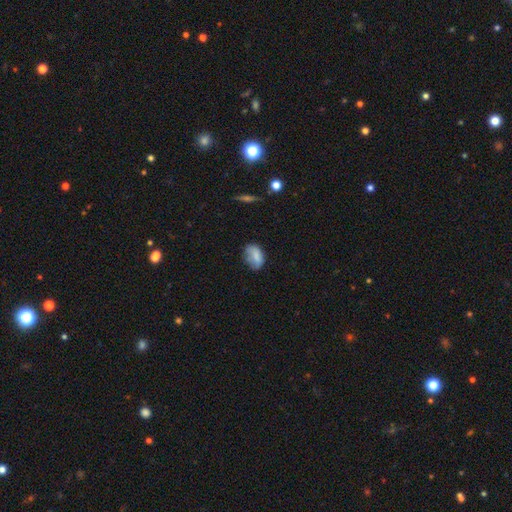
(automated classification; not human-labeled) A smooth galaxy with no disk features (79%) that is in between round and cigar-shaped (87%). Merging: none (56%).